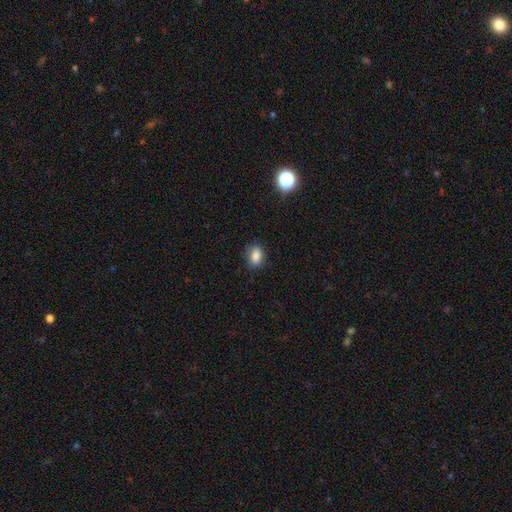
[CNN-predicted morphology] The model was most divided on "how rounded": in between: 77%, round: 20%, cigar-shaped: 2%. More confident: smooth or featured — smooth (85%); merging — none (83%).